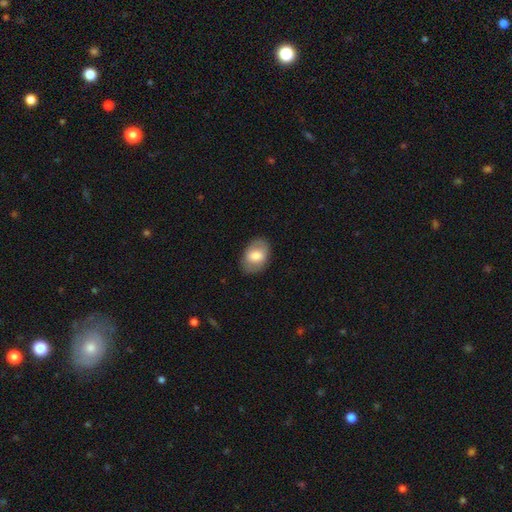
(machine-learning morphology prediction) smooth-or-featured: smooth: 68% | featured or disk: 25% | star or artifact: 7%
  how-rounded: in between: 83% | round: 16% | cigar-shaped: 1%
  merging: none: 83% | minor disturbance: 12% | major disturbance: 4% | merger: 1%